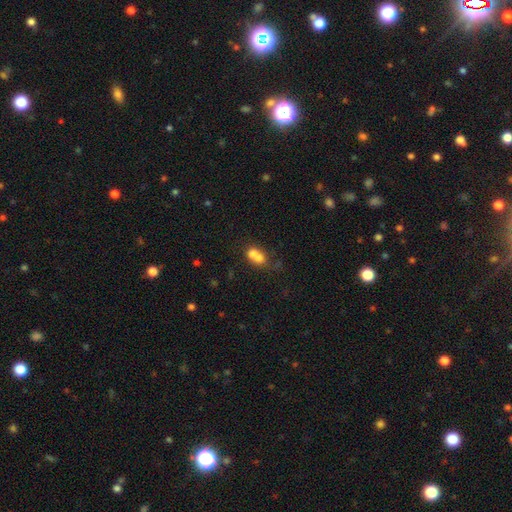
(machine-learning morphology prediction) This appears to be a smooth galaxy with no disk features (68%) that is round (50%). Merging: merger (68%).